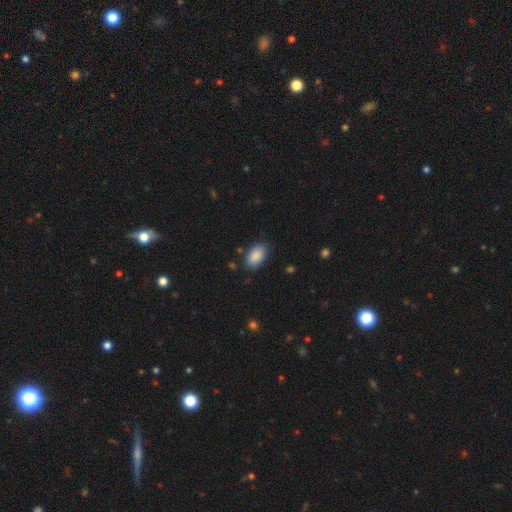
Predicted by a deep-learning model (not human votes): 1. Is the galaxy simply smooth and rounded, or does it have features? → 89% smooth, 7% star or artifact, 4% featured or disk.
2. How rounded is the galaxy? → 93% in between, 6% round, 1% cigar-shaped.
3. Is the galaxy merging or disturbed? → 83% none, 12% minor disturbance, 3% major disturbance, 2% merger.